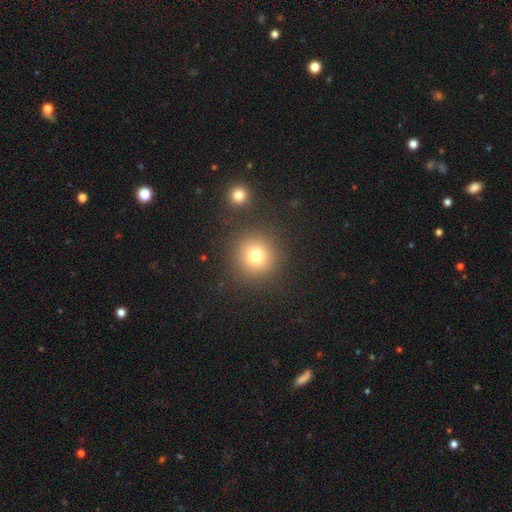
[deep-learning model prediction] Overall: smooth (78%). How rounded: round (94%). Merging: none (85%).